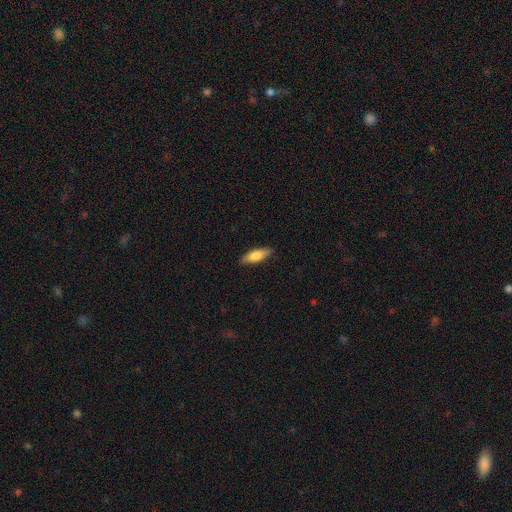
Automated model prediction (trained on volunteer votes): smooth-or-featured: smooth: 76% | featured or disk: 18% | star or artifact: 6%
  how-rounded: in between: 55% | cigar-shaped: 43% | round: 2%
  merging: none: 88% | minor disturbance: 9% | major disturbance: 2% | merger: 1%